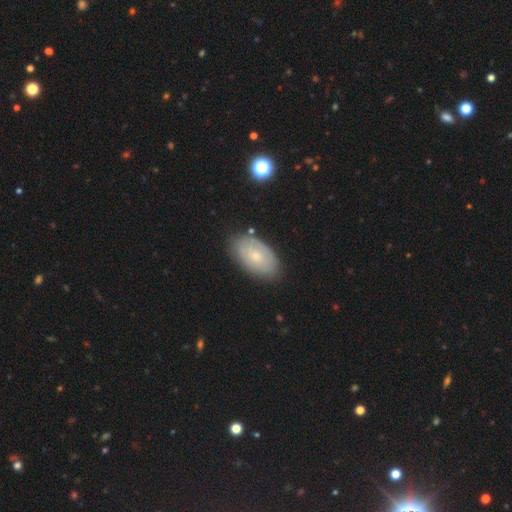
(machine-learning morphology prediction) Smooth or featured: smooth — 56% (featured or disk — 36%)
How rounded: in between — 93% (round — 6%)
Merging: none — 80% (minor disturbance — 15%)